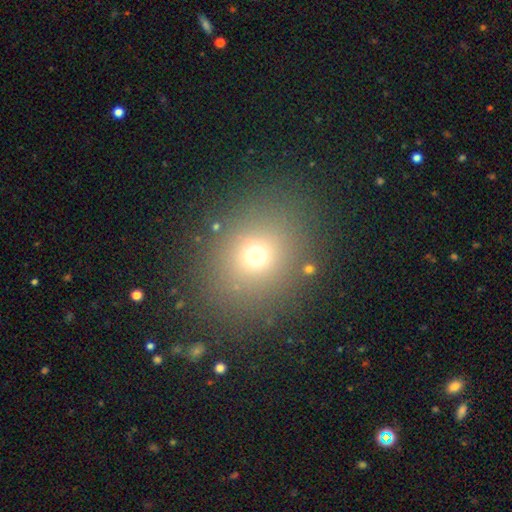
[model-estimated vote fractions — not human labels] Smooth or featured? smooth (67%)
How rounded? round (71%)
Merging? none (84%)